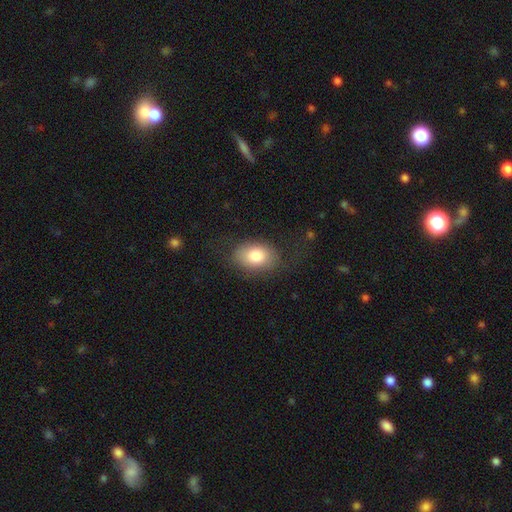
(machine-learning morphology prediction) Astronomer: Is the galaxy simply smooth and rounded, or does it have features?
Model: smooth — 79%.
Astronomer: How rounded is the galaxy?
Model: in between — 81%.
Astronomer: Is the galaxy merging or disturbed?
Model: none — 72%.